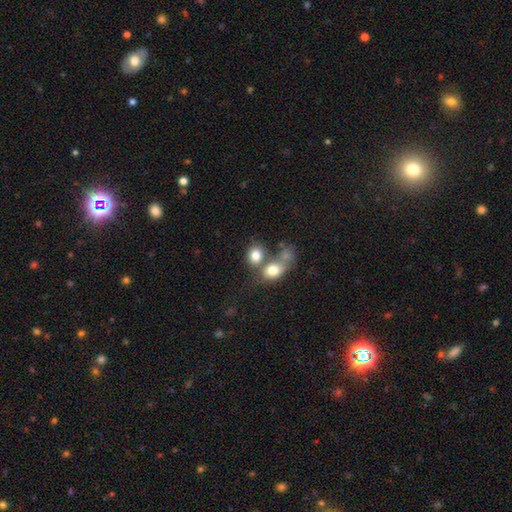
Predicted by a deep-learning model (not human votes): Smooth or featured? Predicted: smooth (p=0.78). How rounded? Predicted: round (p=0.56). Merging? Predicted: merger (p=0.46).